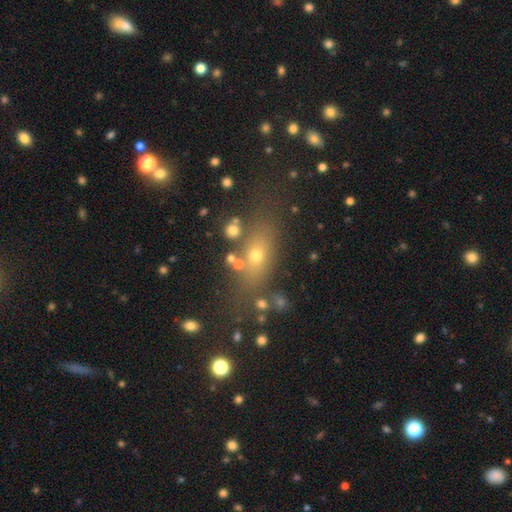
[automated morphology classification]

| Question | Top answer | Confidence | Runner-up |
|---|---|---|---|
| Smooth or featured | smooth | 60% | featured or disk (21%) |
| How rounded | in between | 56% | cigar-shaped (23%) |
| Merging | none | 70% | minor disturbance (14%) |